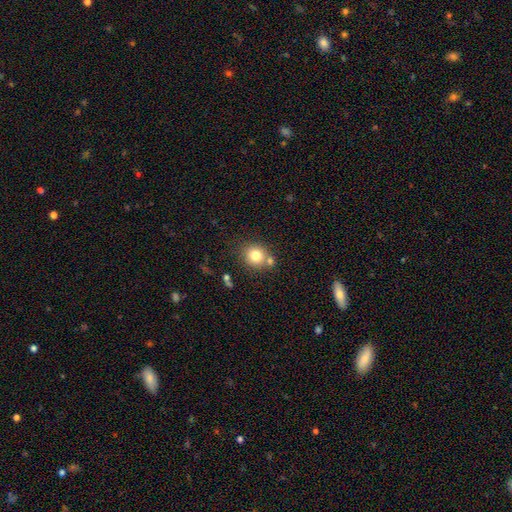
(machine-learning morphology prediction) Smooth or featured? Predicted: smooth (p=0.79). How rounded? Predicted: round (p=0.83). Merging? Predicted: none (p=0.69).